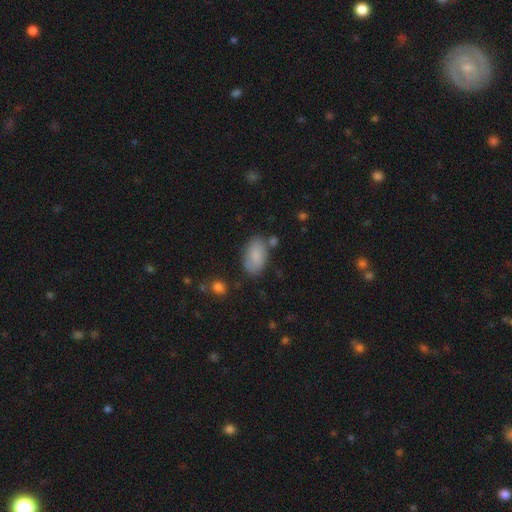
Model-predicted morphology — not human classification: type=smooth (84%); roundness=in between (93%); merging=none (72%).